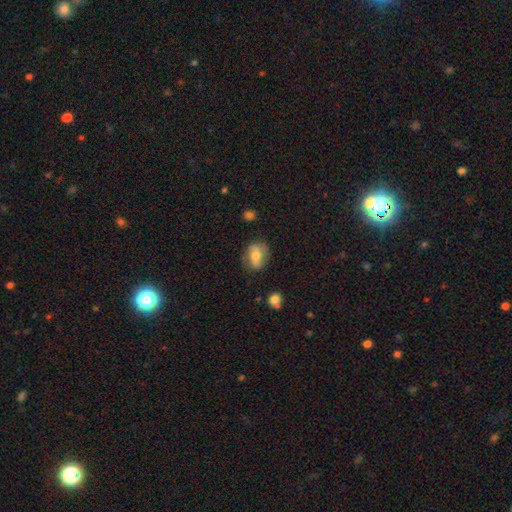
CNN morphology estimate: smooth-or-featured: smooth: 59% | featured or disk: 33% | star or artifact: 8%
  how-rounded: in between: 64% | round: 34% | cigar-shaped: 2%
  merging: none: 70% | minor disturbance: 21% | major disturbance: 7% | merger: 2%